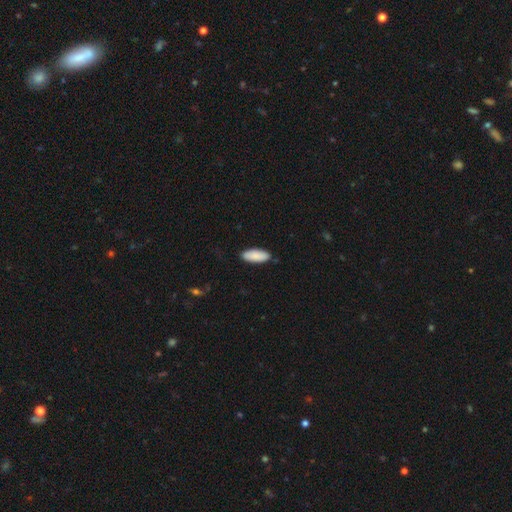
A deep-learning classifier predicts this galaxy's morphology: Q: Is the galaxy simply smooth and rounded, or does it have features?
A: smooth — 89%.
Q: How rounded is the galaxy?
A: in between — 77%.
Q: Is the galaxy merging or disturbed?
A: none — 86%.